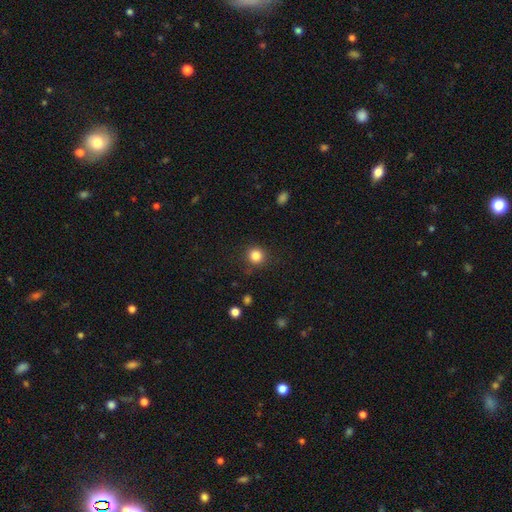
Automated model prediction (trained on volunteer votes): Overall: smooth (84%). How rounded: round (92%). Merging: none (88%).